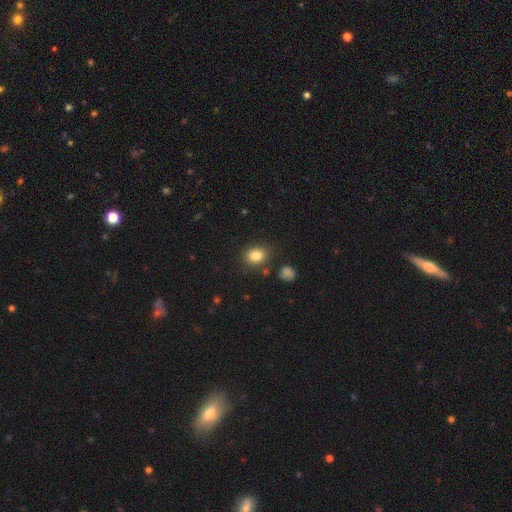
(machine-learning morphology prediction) Overall: smooth (84%). How rounded: in between (53%; round 46%). Merging: none (82%).